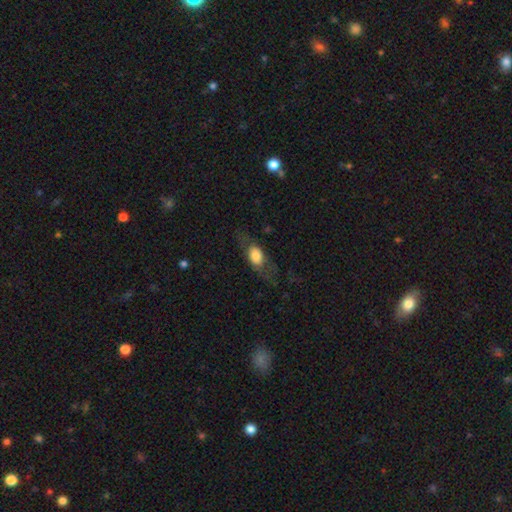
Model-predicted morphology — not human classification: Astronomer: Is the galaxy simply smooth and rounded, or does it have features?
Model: smooth — 61%.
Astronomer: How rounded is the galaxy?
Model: in between — 74%.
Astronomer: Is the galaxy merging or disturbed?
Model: none — 64%.